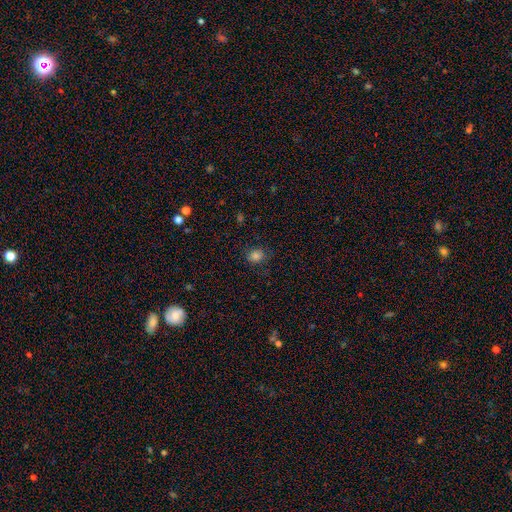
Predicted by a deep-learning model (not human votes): Smooth or featured? Predicted: smooth (p=0.82). How rounded? Predicted: round (p=0.66). Merging? Predicted: none (p=0.80).